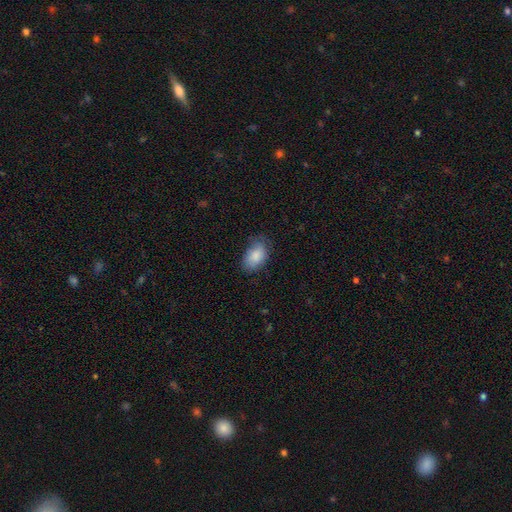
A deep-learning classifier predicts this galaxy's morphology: Q: Smooth or featured?
A: smooth (86%); runner-up: featured or disk (8%)
Q: How rounded?
A: in between (91%); runner-up: round (8%)
Q: Merging?
A: none (70%); runner-up: minor disturbance (23%)